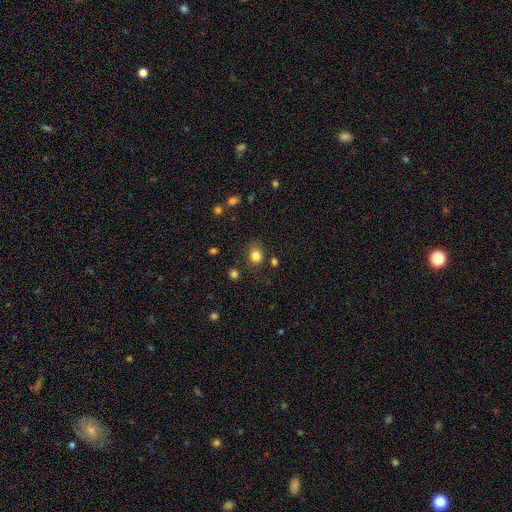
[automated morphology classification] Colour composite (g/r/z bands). It shows a smooth galaxy with no disk features (82%) that is round (67%). Merging: none (78%).